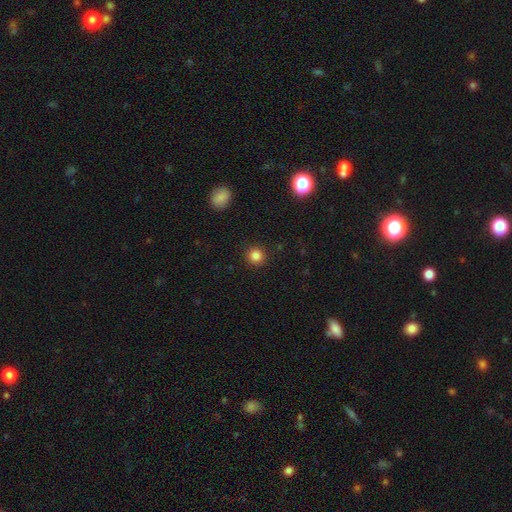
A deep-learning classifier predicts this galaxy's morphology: A smooth galaxy with no disk features (84%) that is round (93%). Merging: none (92%).